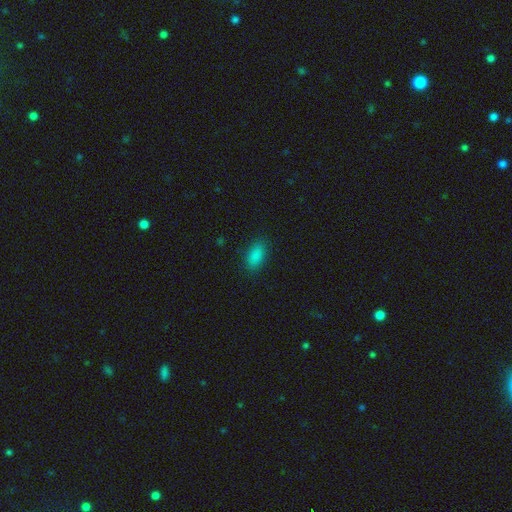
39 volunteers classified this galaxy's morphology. type=smooth (90%); roundness=in between (91%); merging=none (86%).